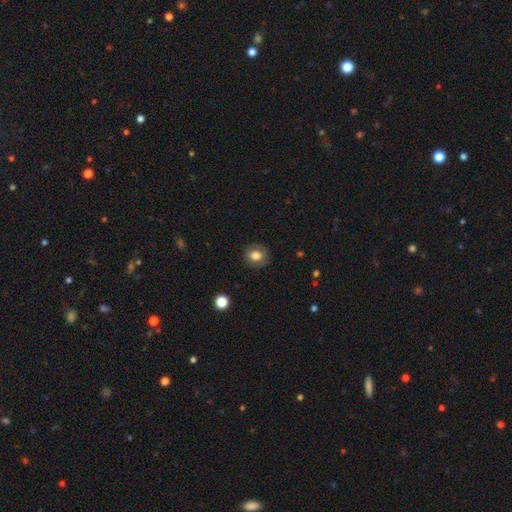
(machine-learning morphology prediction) smooth-or-featured: smooth: 79% | featured or disk: 12% | star or artifact: 9%
  how-rounded: round: 72% | in between: 27% | cigar-shaped: 1%
  merging: none: 86% | minor disturbance: 10% | major disturbance: 3% | merger: 1%